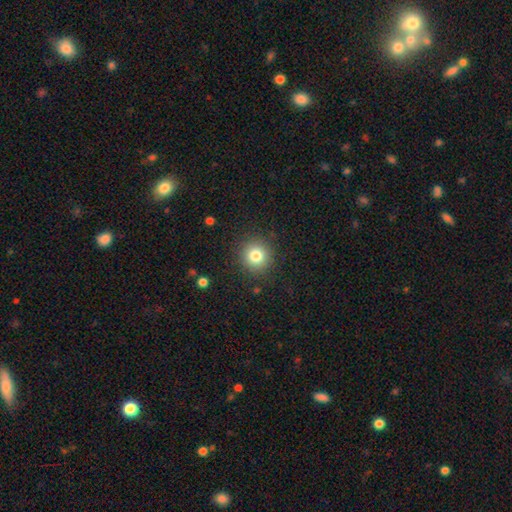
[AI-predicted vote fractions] Smooth or featured? smooth (80%)
How rounded? round (92%)
Merging? none (89%)